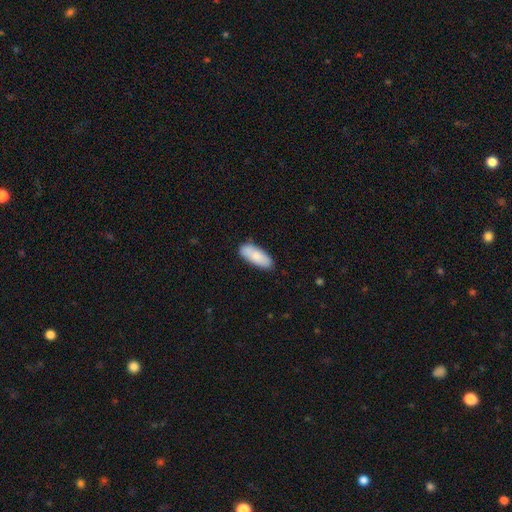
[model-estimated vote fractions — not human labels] The model was most divided on "how rounded": in between: 78%, cigar-shaped: 20%, round: 2%. More confident: smooth or featured — smooth (83%); merging — none (79%).